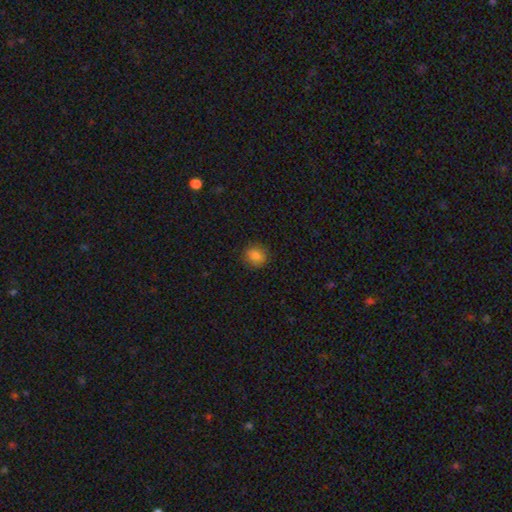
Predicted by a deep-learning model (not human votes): This appears to be a smooth galaxy with no disk features (82%) that is round (81%). Merging: none (89%).